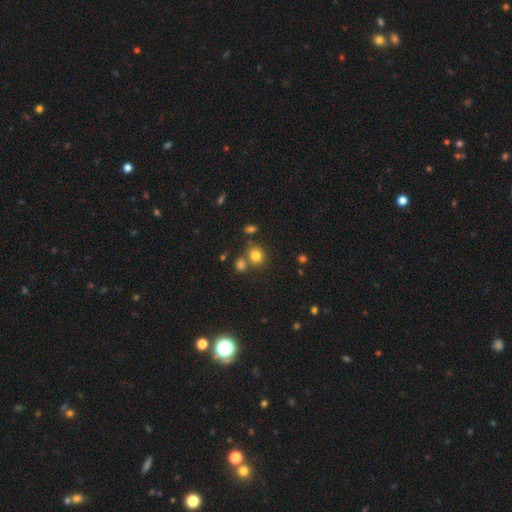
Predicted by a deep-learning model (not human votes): smooth 79%, star or artifact 14%, featured or disk 7%. Down the decision tree: how rounded — round (75%); merging — none (68%).